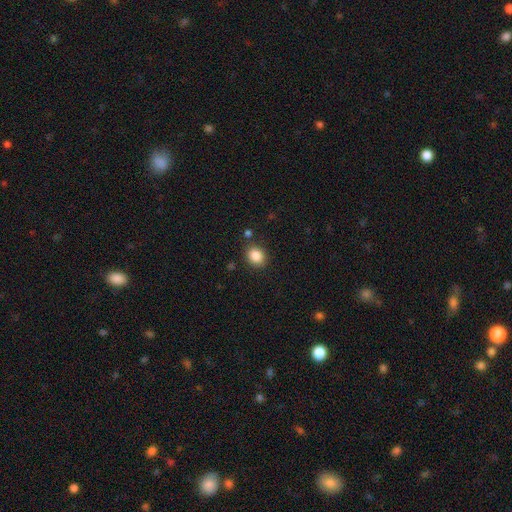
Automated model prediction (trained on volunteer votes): Smooth or featured? Predicted: smooth (p=0.86). How rounded? Predicted: round (p=0.61). Merging? Predicted: none (p=0.84).